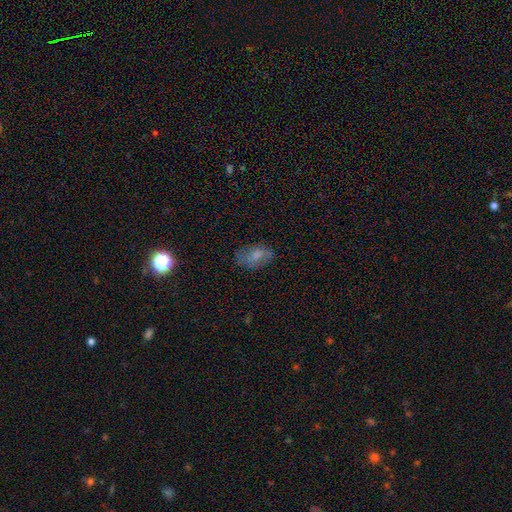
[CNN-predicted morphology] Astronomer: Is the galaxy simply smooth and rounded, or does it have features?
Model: smooth — 65%.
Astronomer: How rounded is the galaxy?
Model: in between — 89%.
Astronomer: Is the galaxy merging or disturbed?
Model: none — 67%.